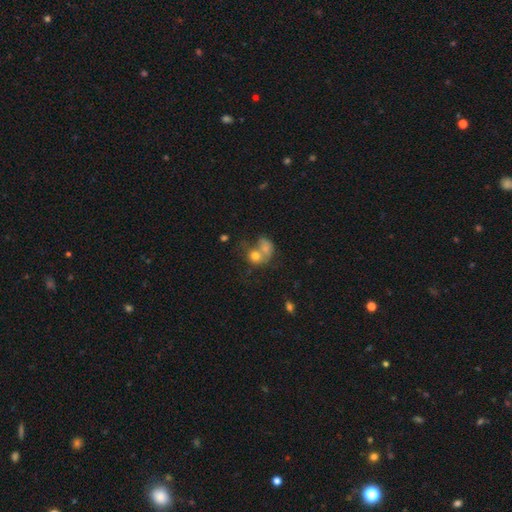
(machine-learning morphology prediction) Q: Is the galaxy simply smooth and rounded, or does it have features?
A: smooth — 52%.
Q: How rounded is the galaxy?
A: round — 62%.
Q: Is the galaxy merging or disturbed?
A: merger — 57%.